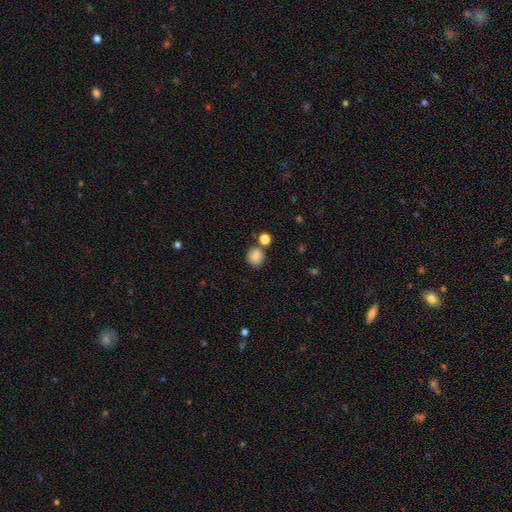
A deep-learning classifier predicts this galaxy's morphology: smooth 85%, star or artifact 9%, featured or disk 6%. Down the decision tree: how rounded — round (84%); merging — none (74%).